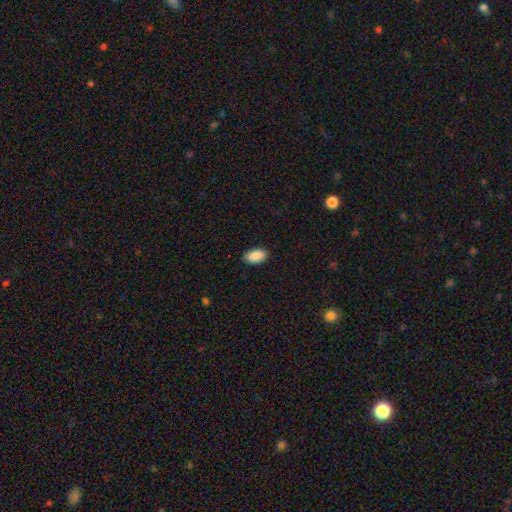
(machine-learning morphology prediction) This is clearly a smooth galaxy (90%). How rounded: clearly in between (95%). Merging: clearly none (88%).